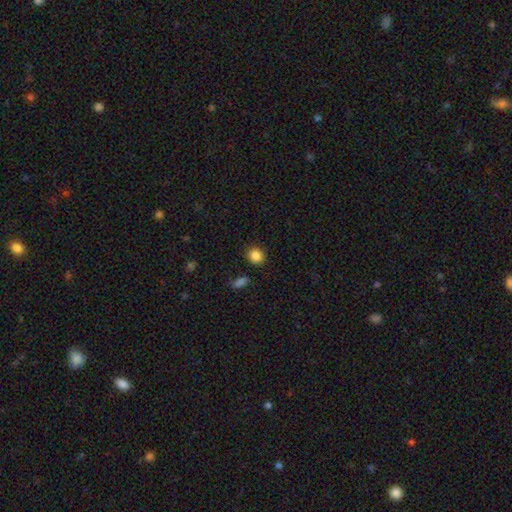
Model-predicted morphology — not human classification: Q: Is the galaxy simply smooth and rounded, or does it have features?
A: smooth — 86%.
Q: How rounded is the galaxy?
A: round — 78%.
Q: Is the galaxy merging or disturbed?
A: none — 88%.